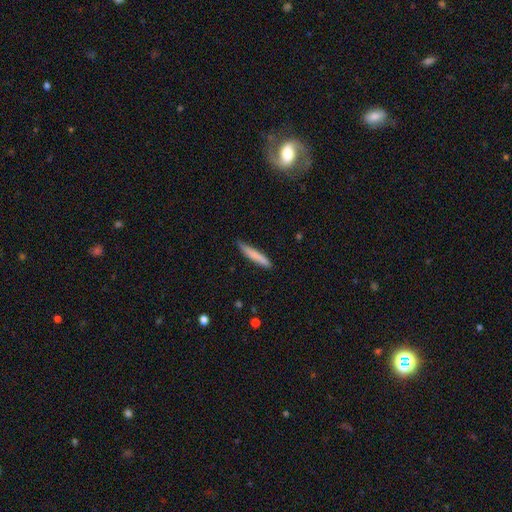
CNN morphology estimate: smooth_or_featured: smooth (p=0.79) [alt: featured or disk p=0.15]
how_rounded: cigar-shaped (p=0.93) [alt: in between p=0.06]
merging: none (p=0.81) [alt: minor disturbance p=0.16]